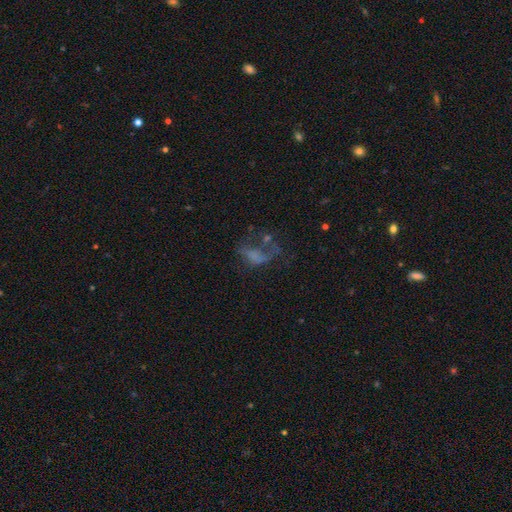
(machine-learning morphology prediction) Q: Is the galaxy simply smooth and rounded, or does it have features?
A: featured or disk — 44%.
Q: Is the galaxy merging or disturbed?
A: major disturbance — 46%.